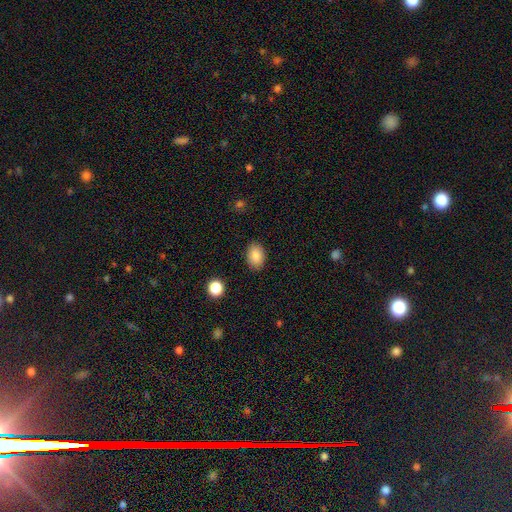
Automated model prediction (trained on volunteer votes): Smooth or featured? smooth (86%)
How rounded? in between (82%)
Merging? none (87%)